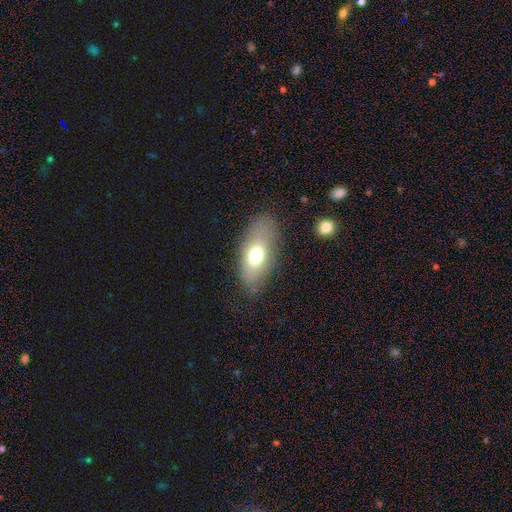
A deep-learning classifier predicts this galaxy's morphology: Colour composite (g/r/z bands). It shows a smooth galaxy with no disk features (68%) that is in between round and cigar-shaped (87%). Merging: none (79%).